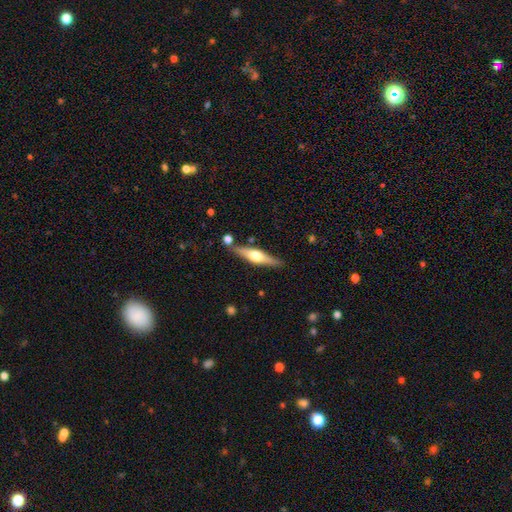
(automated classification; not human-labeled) This is likely a featured or disk galaxy (66%). It is clearly viewed edge-on (96%). Edge-on bulge: clearly rounded (93%). Merging: clearly none (82%).